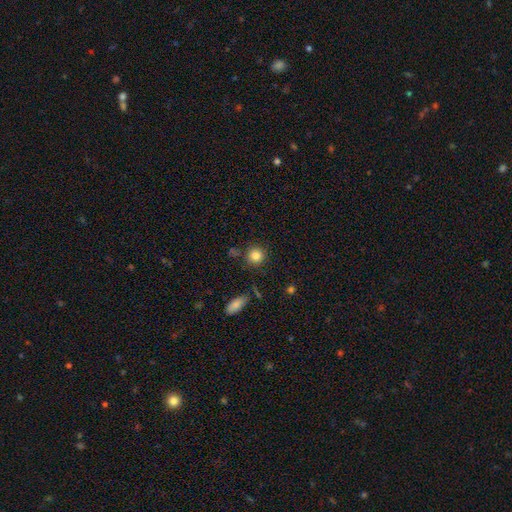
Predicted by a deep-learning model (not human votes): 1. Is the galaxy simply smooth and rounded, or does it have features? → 84% smooth, 10% star or artifact, 6% featured or disk.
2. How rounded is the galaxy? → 91% round, 8% in between, 1% cigar-shaped.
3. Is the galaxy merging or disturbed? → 84% none, 9% minor disturbance, 4% merger, 3% major disturbance.